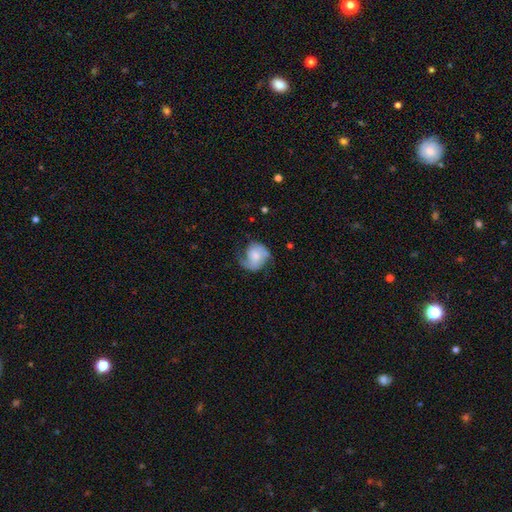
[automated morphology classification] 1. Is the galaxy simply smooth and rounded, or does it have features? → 57% featured or disk, 36% smooth, 7% star or artifact.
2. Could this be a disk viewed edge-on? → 97% no, 3% yes.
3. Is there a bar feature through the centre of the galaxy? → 65% no, 29% weak, 6% strong.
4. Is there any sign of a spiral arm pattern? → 86% yes, 14% no.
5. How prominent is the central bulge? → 36% moderate, 33% small, 15% none, 13% large, 3% dominant.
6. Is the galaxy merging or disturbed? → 48% none, 29% minor disturbance, 22% major disturbance, 2% merger.